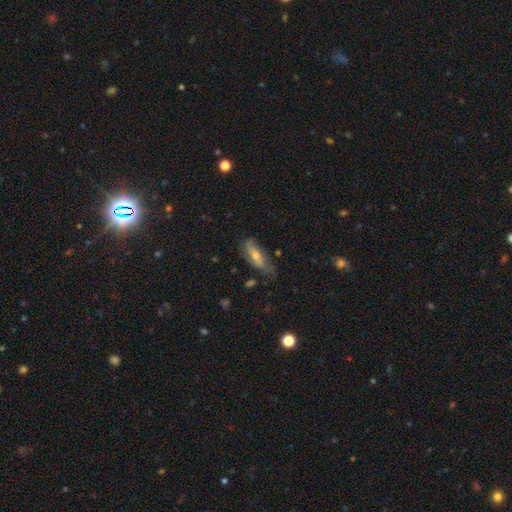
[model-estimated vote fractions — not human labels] This is possibly a featured or disk galaxy (51%). It is likely not viewed edge-on (65%). Merging: likely none (61%).